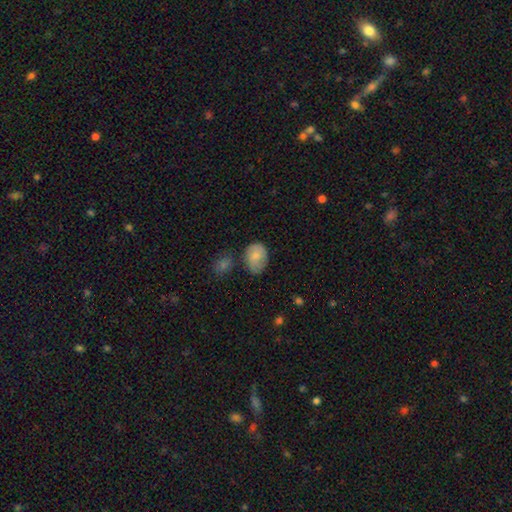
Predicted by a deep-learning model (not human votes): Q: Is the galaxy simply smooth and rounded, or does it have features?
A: smooth — 76%.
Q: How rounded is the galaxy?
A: in between — 68%.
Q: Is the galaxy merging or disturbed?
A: none — 53%.